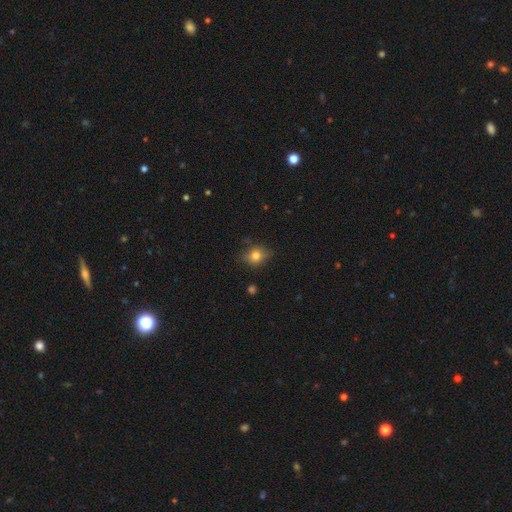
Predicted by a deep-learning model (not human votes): Q: Smooth or featured?
A: smooth (75%); runner-up: featured or disk (13%)
Q: How rounded?
A: round (55%); runner-up: in between (43%)
Q: Merging?
A: none (74%); runner-up: minor disturbance (20%)